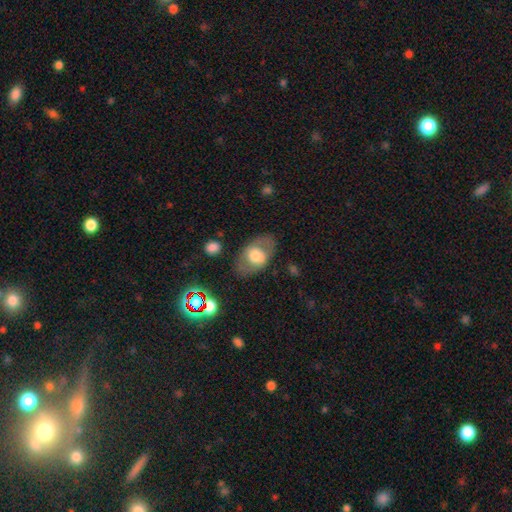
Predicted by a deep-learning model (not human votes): smooth_or_featured: smooth (p=0.54) [alt: featured or disk p=0.38]
how_rounded: in between (p=0.81) [alt: round p=0.17]
merging: none (p=0.74) [alt: minor disturbance p=0.15]